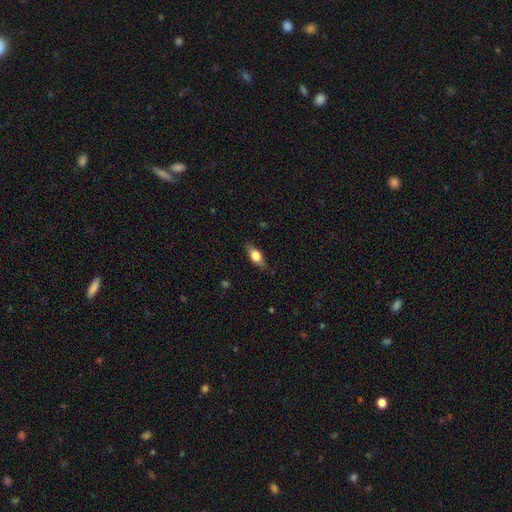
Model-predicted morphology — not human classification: smooth 69%, featured or disk 24%, star or artifact 7%. Down the decision tree: how rounded — in between (76%); merging — none (81%).